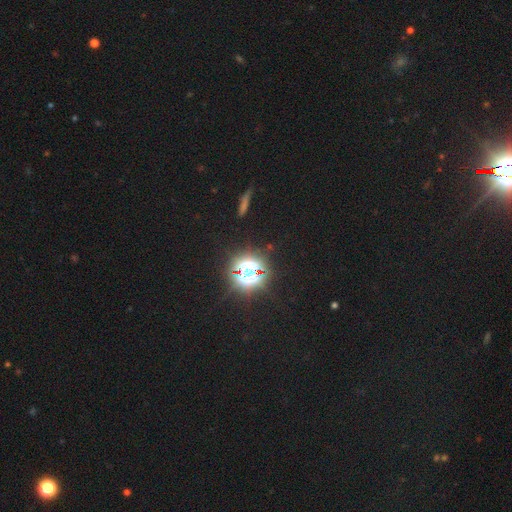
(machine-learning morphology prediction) Smooth or featured?
  - star or artifact: 79% *
  - smooth: 16%
  - featured or disk: 5%